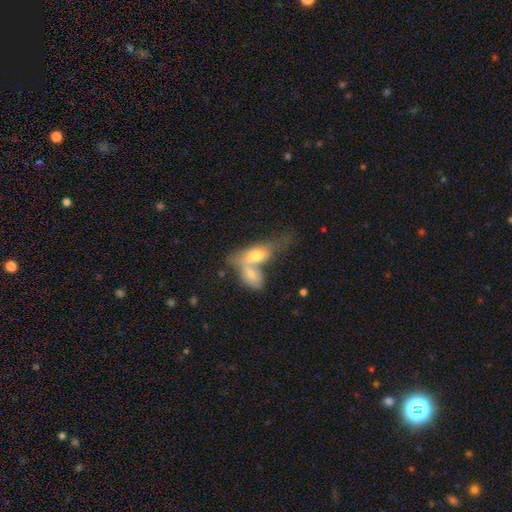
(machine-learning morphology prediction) Q: Smooth or featured?
A: smooth (62%); runner-up: featured or disk (31%)
Q: How rounded?
A: in between (78%); runner-up: cigar-shaped (15%)
Q: Merging?
A: merger (69%); runner-up: none (16%)